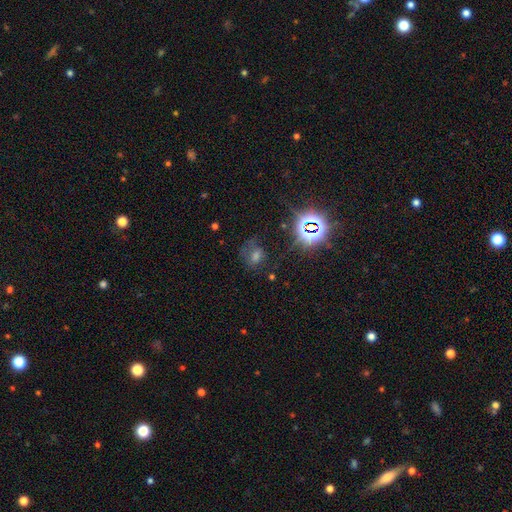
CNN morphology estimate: Q: Smooth or featured?
A: star or artifact (46%); runner-up: smooth (34%)